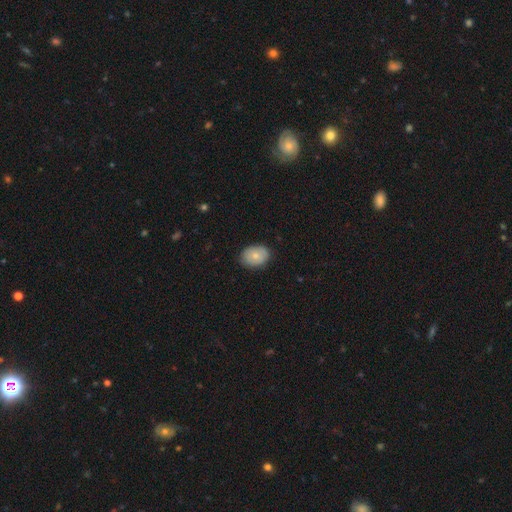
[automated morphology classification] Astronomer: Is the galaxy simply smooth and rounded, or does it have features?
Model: smooth — 73%.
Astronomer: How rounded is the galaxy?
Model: in between — 71%.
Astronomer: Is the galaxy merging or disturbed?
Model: none — 85%.